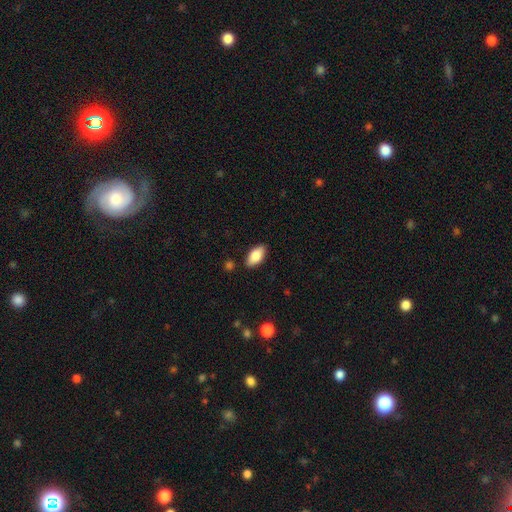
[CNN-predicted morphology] Smooth or featured?
  - smooth: 85% *
  - featured or disk: 9%
  - star or artifact: 7%
How rounded?
  - in between: 92% *
  - cigar-shaped: 5%
  - round: 3%
Merging?
  - none: 87% *
  - minor disturbance: 9%
  - major disturbance: 2%
  - merger: 2%